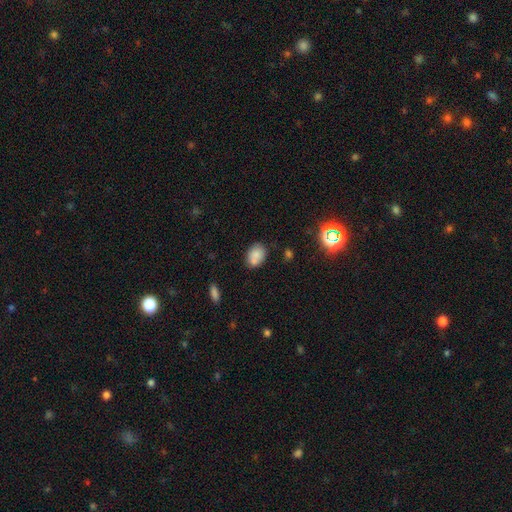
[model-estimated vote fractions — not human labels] Smooth or featured? smooth (80%)
How rounded? in between (71%)
Merging? none (62%)